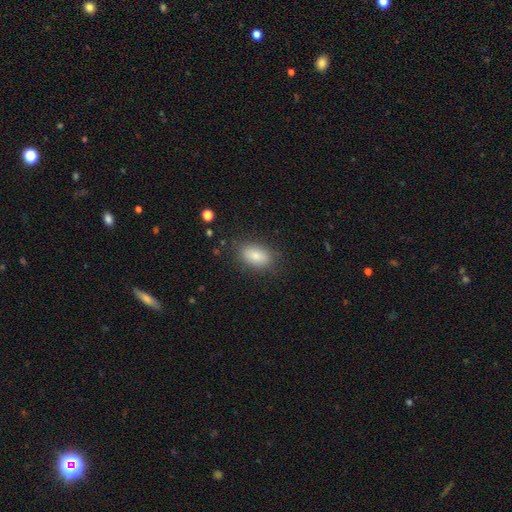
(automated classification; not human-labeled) Smooth or featured? Predicted: smooth (p=0.84). How rounded? Predicted: in between (p=0.90). Merging? Predicted: none (p=0.83).